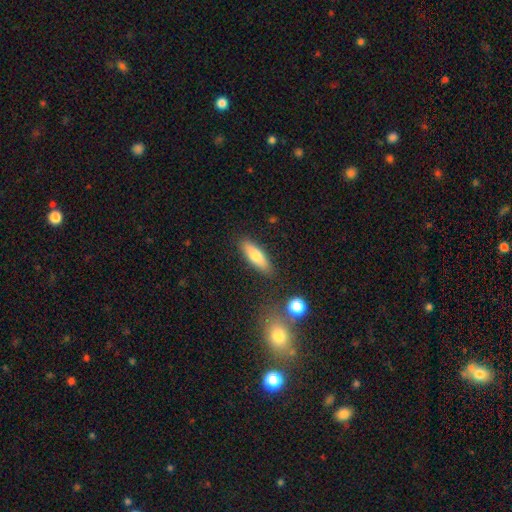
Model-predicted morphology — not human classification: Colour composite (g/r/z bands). It shows a smooth galaxy with no disk features (74%) that is in between round and cigar-shaped (53%). Merging: none (84%).